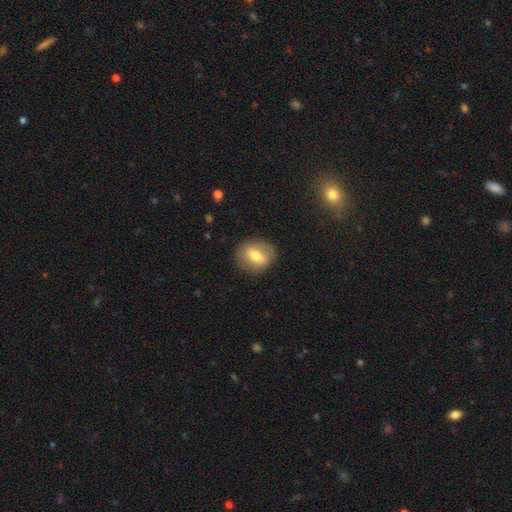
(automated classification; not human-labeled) Morphology: type=smooth (59%); roundness=round (52%); merging=none (83%).